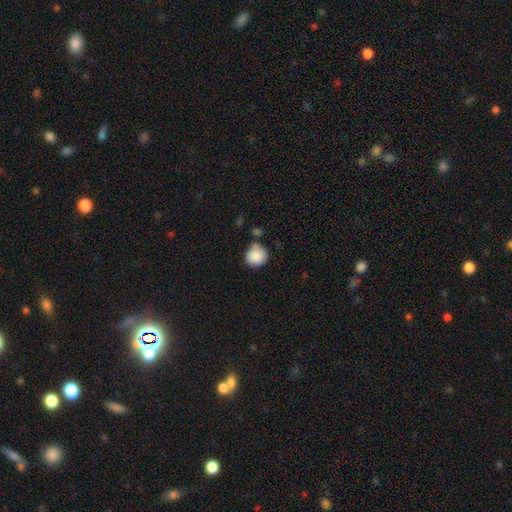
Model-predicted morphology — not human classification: Smooth or featured? smooth (88%)
How rounded? round (91%)
Merging? none (68%)